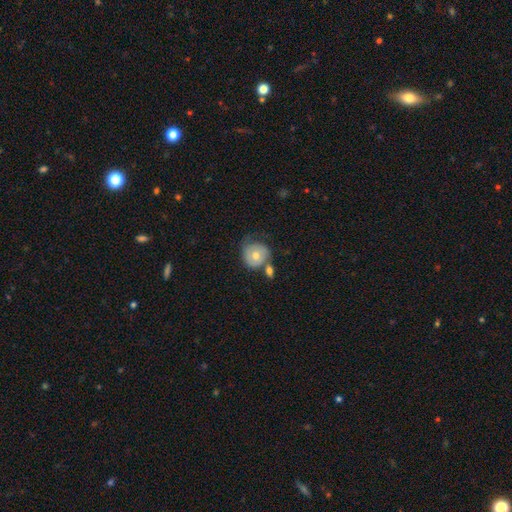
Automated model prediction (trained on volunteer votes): This appears to be a smooth galaxy with no disk features (49%). Merging: none (46%).